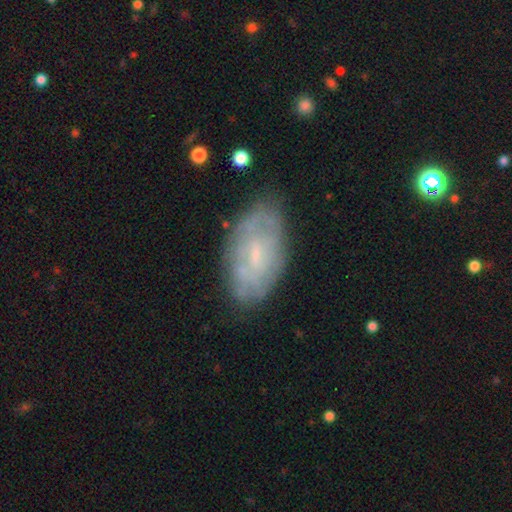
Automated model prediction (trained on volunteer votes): Morphology: type=featured or disk (58%); edge-on=no (93%); bar=no (48%); spiral arms=yes (52%); bulge=small (62%); merging=none (73%).